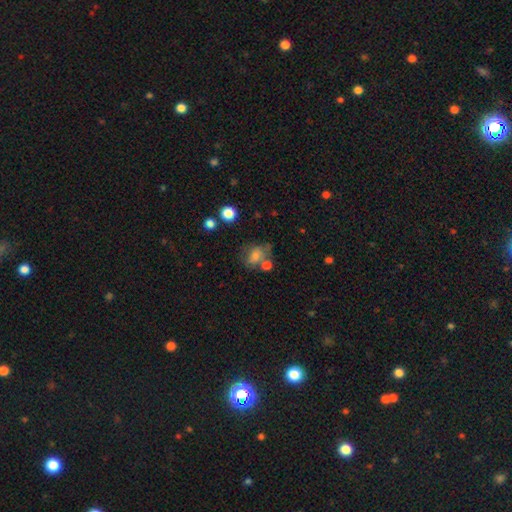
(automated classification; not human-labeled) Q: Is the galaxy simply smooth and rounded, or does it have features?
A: smooth — 65%.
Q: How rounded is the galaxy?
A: in between — 60%.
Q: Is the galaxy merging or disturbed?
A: none — 46%.